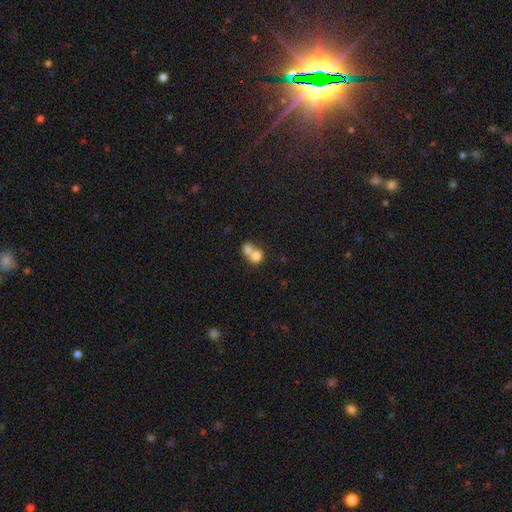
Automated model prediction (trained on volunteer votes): A smooth galaxy with no disk features (75%) that is round (70%). Merging: merger (70%).